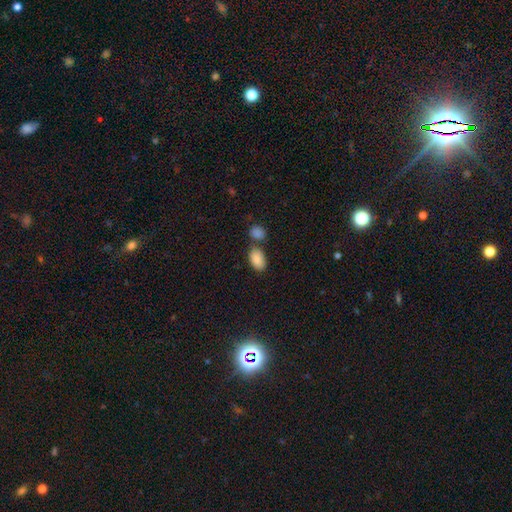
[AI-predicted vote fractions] A smooth galaxy with no disk features (52%) that is in between round and cigar-shaped (71%).

Vote fractions:
- Smooth or featured? smooth: 52% / star or artifact: 38% / featured or disk: 10%
- How rounded? in between: 71% / round: 24% / cigar-shaped: 5%
- Merging? none: 65% / merger: 20% / minor disturbance: 10% / major disturbance: 5%